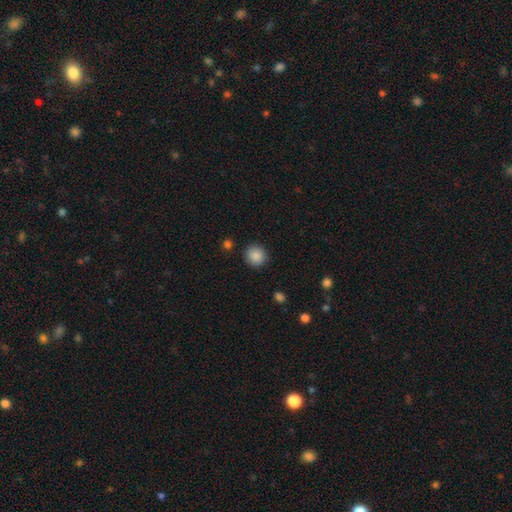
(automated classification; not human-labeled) This appears to be a smooth galaxy with no disk features (88%) that is round (91%). Merging: none (90%).